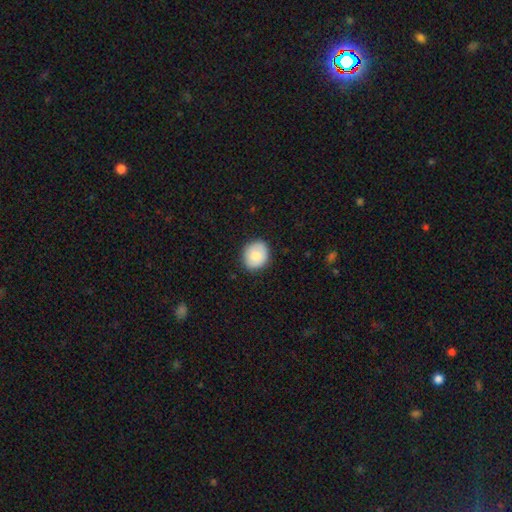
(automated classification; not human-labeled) A smooth galaxy with no disk features (75%) that is round (73%).

Vote fractions:
- Smooth or featured? smooth: 75% / featured or disk: 18% / star or artifact: 7%
- How rounded? round: 73% / in between: 26% / cigar-shaped: 1%
- Merging? none: 87% / minor disturbance: 10% / major disturbance: 2% / merger: 1%